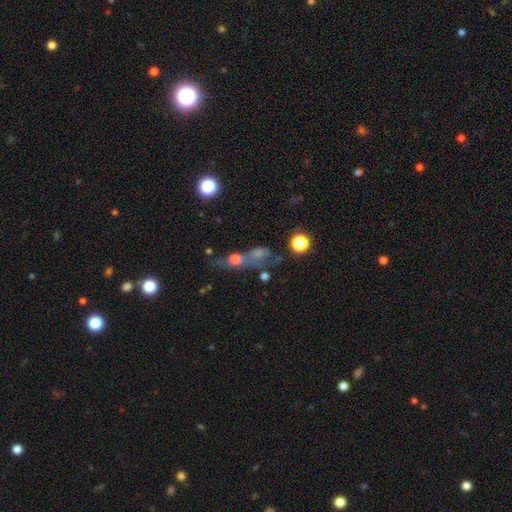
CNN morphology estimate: Q: Smooth or featured?
A: smooth (45%); runner-up: featured or disk (32%)
Q: Merging?
A: merger (41%); runner-up: none (33%)